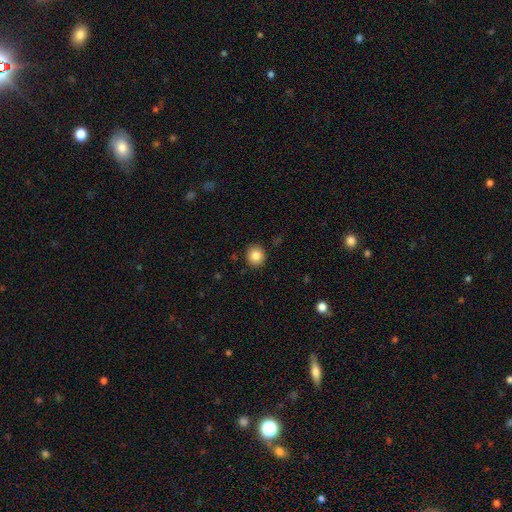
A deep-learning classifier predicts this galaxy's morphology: A smooth galaxy with no disk features (84%) that is round (88%).

Vote fractions:
- Smooth or featured? smooth: 84% / star or artifact: 10% / featured or disk: 6%
- How rounded? round: 88% / in between: 11% / cigar-shaped: 1%
- Merging? none: 91% / minor disturbance: 6% / major disturbance: 2% / merger: 1%